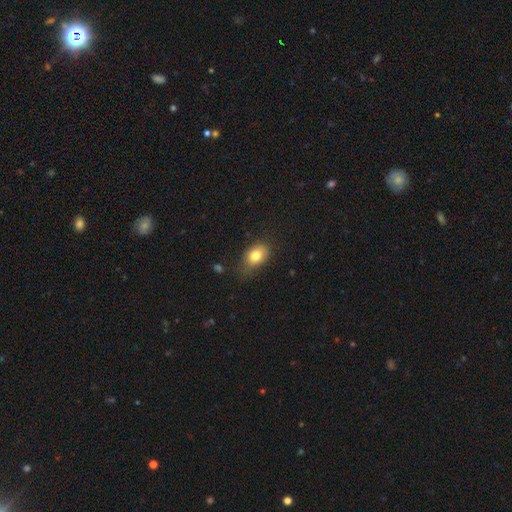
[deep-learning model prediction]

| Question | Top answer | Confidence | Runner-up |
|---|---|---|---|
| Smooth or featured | smooth | 80% | featured or disk (11%) |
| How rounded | in between | 77% | round (22%) |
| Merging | none | 65% | minor disturbance (26%) |